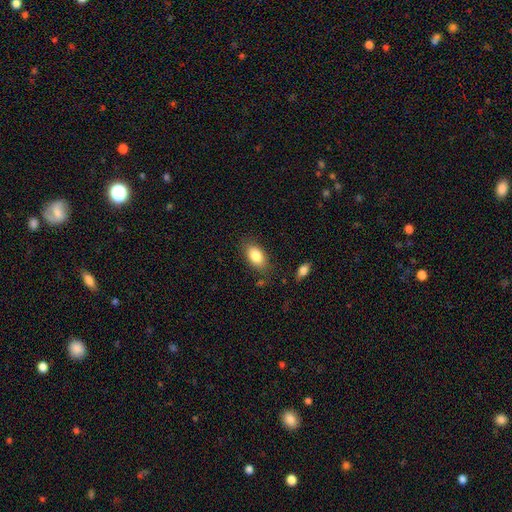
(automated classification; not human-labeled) smooth_or_featured: smooth (p=0.84) [alt: featured or disk p=0.09]
how_rounded: in between (p=0.91) [alt: round p=0.06]
merging: none (p=0.80) [alt: minor disturbance p=0.14]